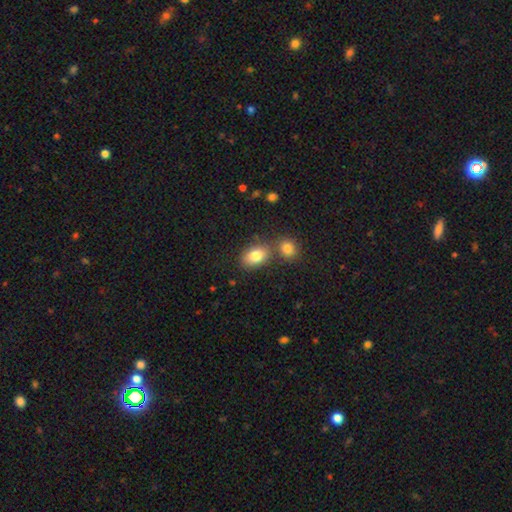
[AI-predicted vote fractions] Q: Smooth or featured?
A: smooth (82%); runner-up: featured or disk (10%)
Q: How rounded?
A: in between (82%); runner-up: round (17%)
Q: Merging?
A: none (59%); runner-up: merger (27%)